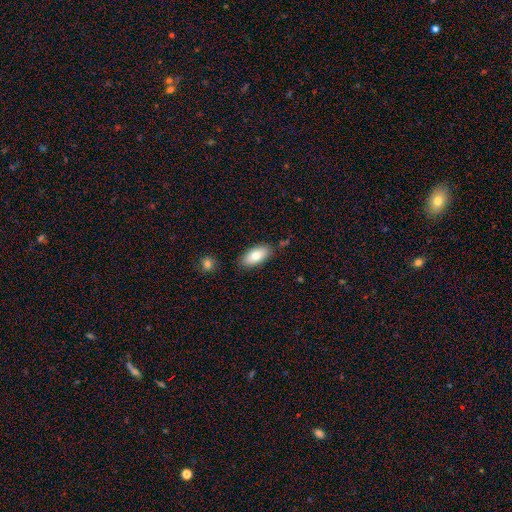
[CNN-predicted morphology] smooth 79%, featured or disk 15%, star or artifact 7%. Down the decision tree: how rounded — in between (91%); merging — none (82%).